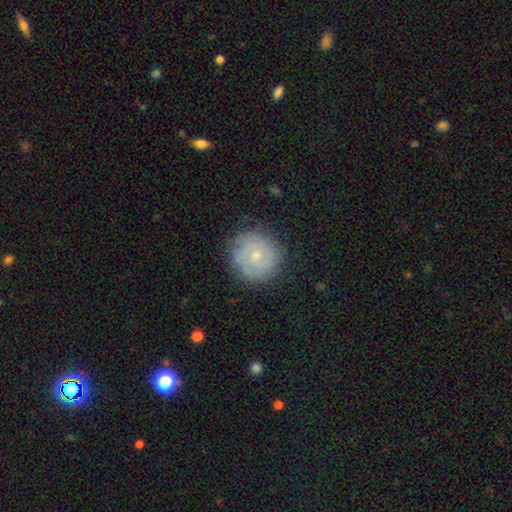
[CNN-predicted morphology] type=smooth (53%); roundness=round (92%); merging=none (81%).